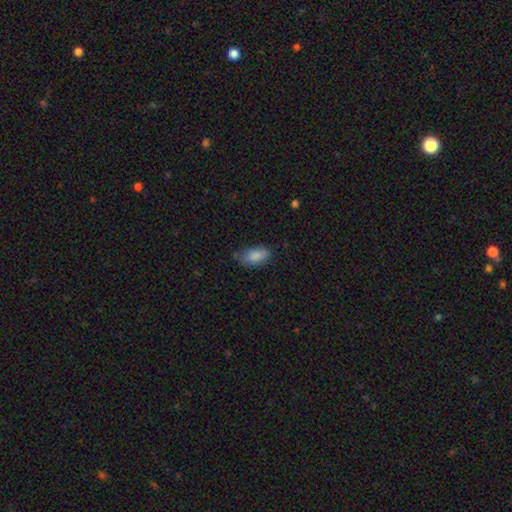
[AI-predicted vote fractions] A smooth galaxy with no disk features (85%) that is in between round and cigar-shaped (92%).

Vote fractions:
- Smooth or featured? smooth: 85% / star or artifact: 7% / featured or disk: 7%
- How rounded? in between: 92% / cigar-shaped: 4% / round: 4%
- Merging? none: 66% / minor disturbance: 26% / major disturbance: 6% / merger: 3%